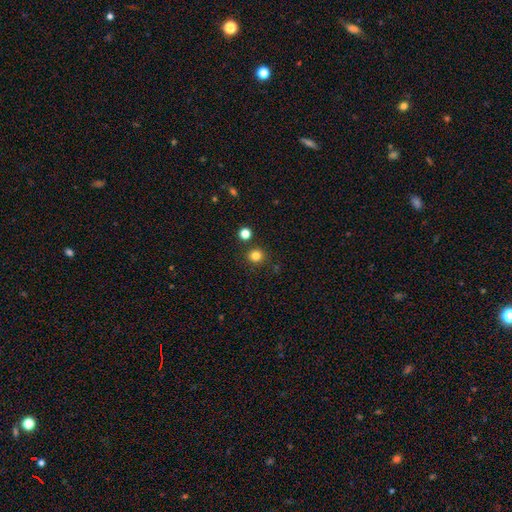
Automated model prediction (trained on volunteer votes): A smooth galaxy with no disk features (81%) that is round (90%).

Vote fractions:
- Smooth or featured? smooth: 81% / star or artifact: 14% / featured or disk: 5%
- How rounded? round: 90% / in between: 9% / cigar-shaped: 1%
- Merging? none: 86% / minor disturbance: 7% / merger: 5% / major disturbance: 2%